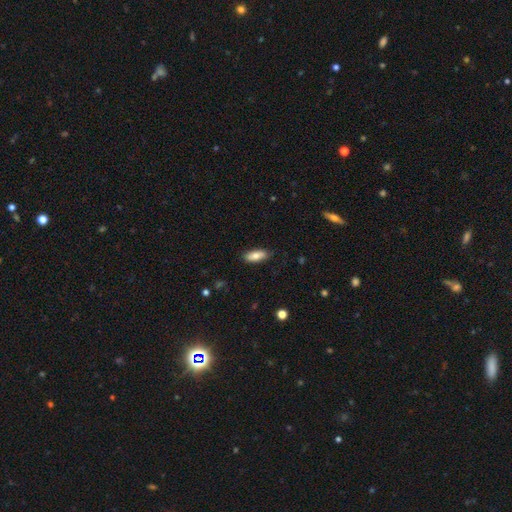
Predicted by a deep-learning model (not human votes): This is likely a smooth galaxy (80%). How rounded: likely in between (77%). Merging: clearly none (84%).